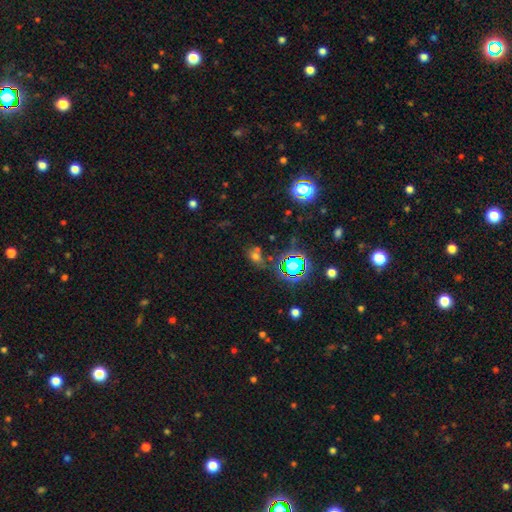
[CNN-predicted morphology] smooth 49%, star or artifact 42%, featured or disk 9%. Down the decision tree: merging — none (62%).